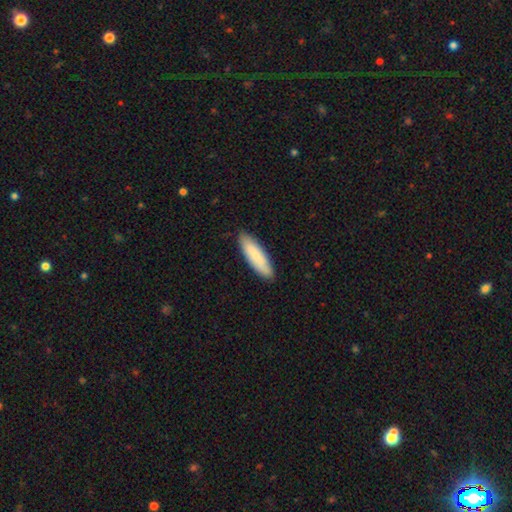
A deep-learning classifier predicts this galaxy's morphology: A smooth galaxy with no disk features (80%) that is cigar-shaped (55%). Merging: none (88%).